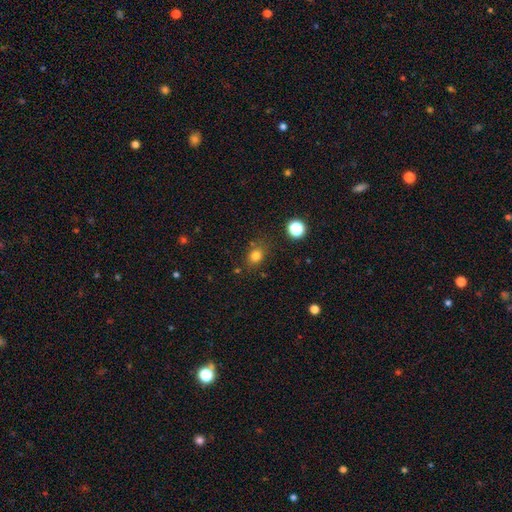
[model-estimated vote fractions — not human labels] smooth_or_featured: smooth (p=0.78) [alt: star or artifact p=0.15]
how_rounded: round (p=0.62) [alt: in between p=0.37]
merging: none (p=0.76) [alt: minor disturbance p=0.15]